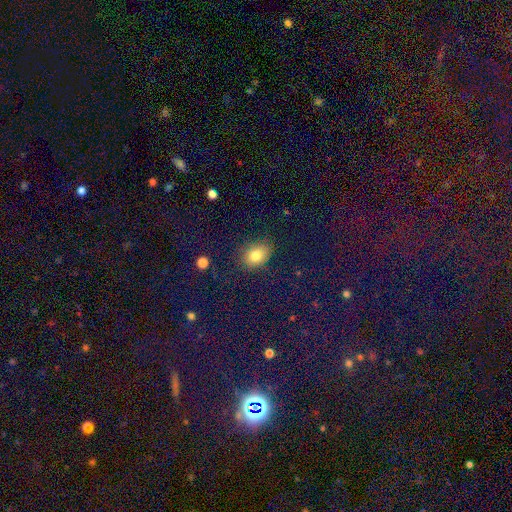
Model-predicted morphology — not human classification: A smooth galaxy with no disk features (80%) that is in between round and cigar-shaped (64%).

Vote fractions:
- Smooth or featured? smooth: 80% / star or artifact: 12% / featured or disk: 8%
- How rounded? in between: 64% / round: 35% / cigar-shaped: 1%
- Merging? none: 81% / minor disturbance: 14% / major disturbance: 4% / merger: 2%